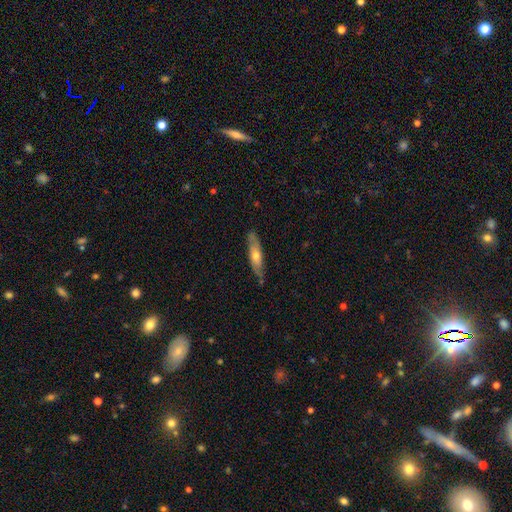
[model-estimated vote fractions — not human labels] smooth_or_featured: featured or disk (p=0.50) [alt: smooth p=0.44]
disk_edge_on: yes (p=0.60) [alt: no p=0.40]
merging: none (p=0.80) [alt: minor disturbance p=0.16]